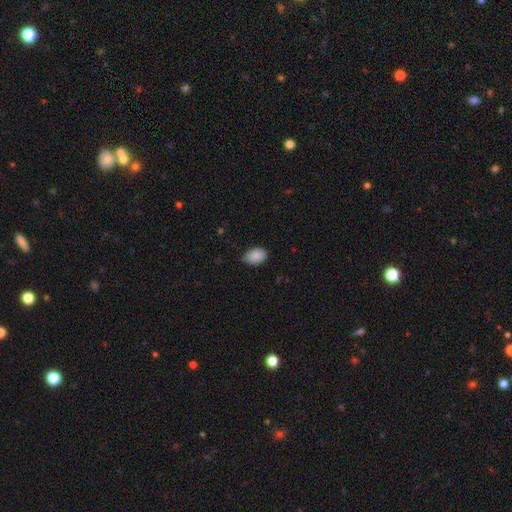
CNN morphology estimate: Smooth or featured? smooth (88%)
How rounded? in between (85%)
Merging? none (78%)